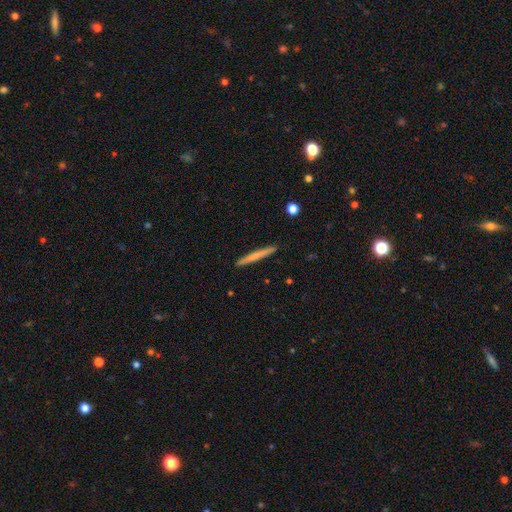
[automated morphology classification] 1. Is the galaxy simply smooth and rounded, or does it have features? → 62% smooth, 32% featured or disk, 5% star or artifact.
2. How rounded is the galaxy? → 97% cigar-shaped, 2% in between, 1% round.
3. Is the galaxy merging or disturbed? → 92% none, 5% minor disturbance, 1% major disturbance, 1% merger.